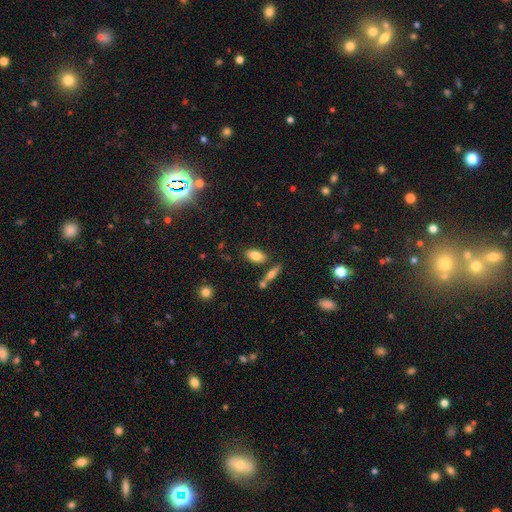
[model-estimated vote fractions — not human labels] This is likely a smooth galaxy (79%). How rounded: clearly in between (89%). Merging: likely none (74%).